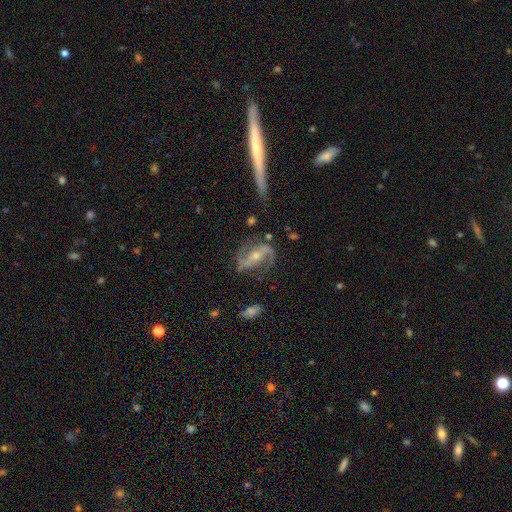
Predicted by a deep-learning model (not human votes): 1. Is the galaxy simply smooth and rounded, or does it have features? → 86% featured or disk, 7% smooth, 7% star or artifact.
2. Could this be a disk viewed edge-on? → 92% no, 8% yes.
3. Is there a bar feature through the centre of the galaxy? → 41% strong, 33% weak, 26% no.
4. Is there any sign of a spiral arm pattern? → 94% yes, 6% no.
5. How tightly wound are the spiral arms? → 43% loose, 40% medium, 16% tight.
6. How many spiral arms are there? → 89% 2, 5% can't tell, 3% 1, 2% 3, 1% 4, 1% more than 4.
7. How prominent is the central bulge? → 50% small, 46% moderate, 2% none, 2% large, 1% dominant.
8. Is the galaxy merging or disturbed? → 68% none, 17% minor disturbance, 11% major disturbance, 3% merger.